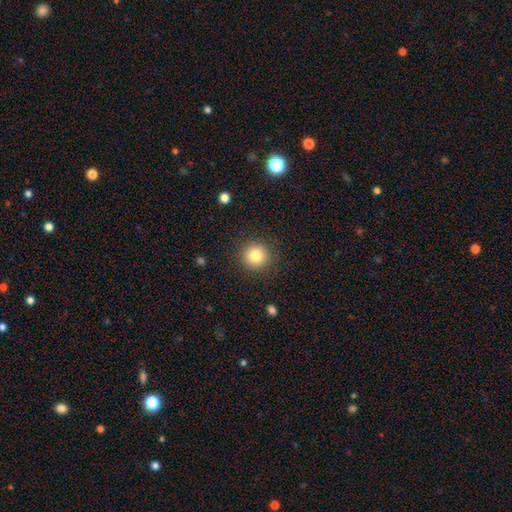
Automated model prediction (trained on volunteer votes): Smooth or featured? Predicted: smooth (p=0.80). How rounded? Predicted: round (p=0.94). Merging? Predicted: none (p=0.89).